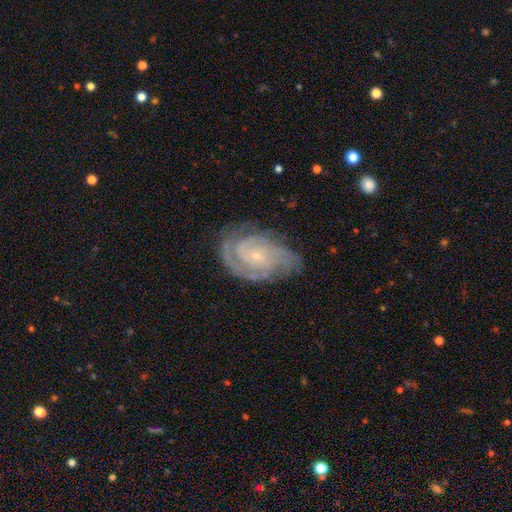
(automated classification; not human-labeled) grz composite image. It shows a featured or disk galaxy (88%) with no bar (68%), 2 (38%) tight (70%) spiral arms (98%) and a small central bulge (83%). Merging: none (74%).